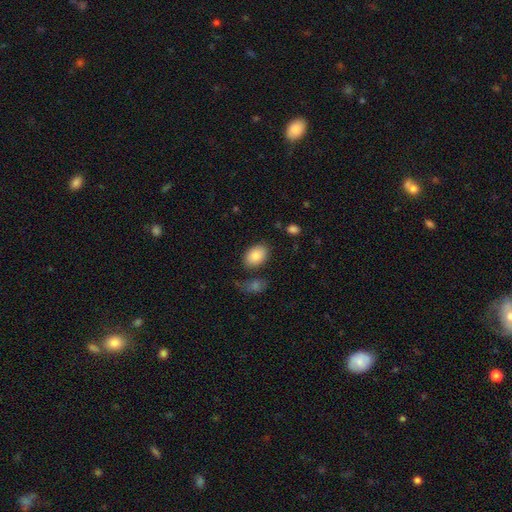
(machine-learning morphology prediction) Overall: smooth (87%). How rounded: in between (83%). Merging: none (78%).